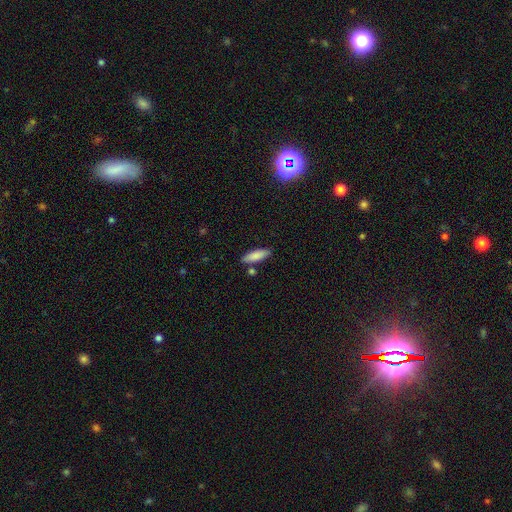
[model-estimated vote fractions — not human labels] This appears to be a smooth galaxy with no disk features (85%) that is in between round and cigar-shaped (50%). Merging: none (79%).